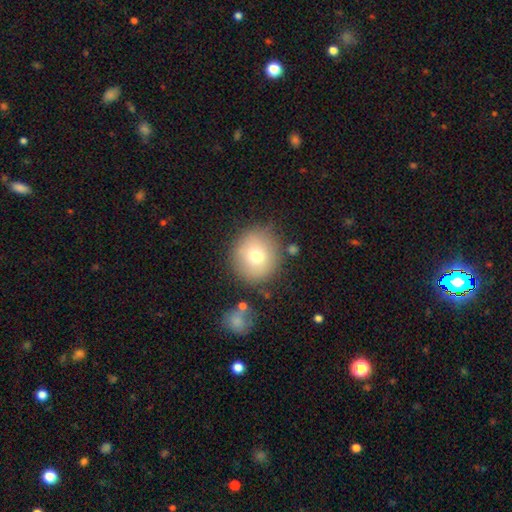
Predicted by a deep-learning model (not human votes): This is likely a smooth galaxy (73%). How rounded: clearly round (89%). Merging: clearly none (82%).